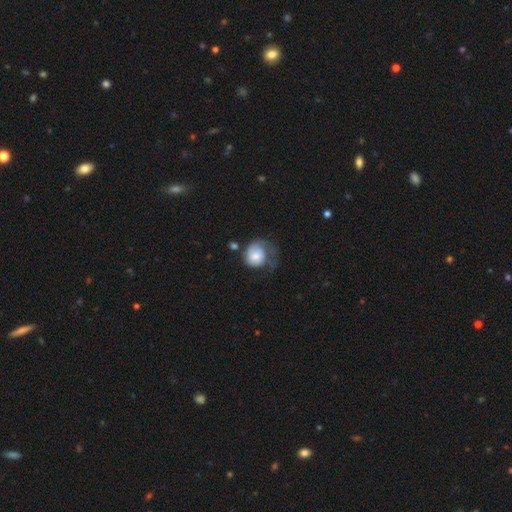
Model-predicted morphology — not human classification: This appears to be a smooth galaxy with no disk features (63%) that is round (72%). Merging: major disturbance (39%).